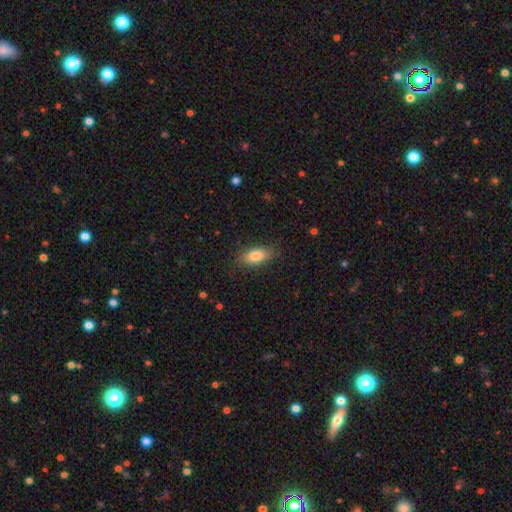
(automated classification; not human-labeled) Smooth or featured: smooth — 81% (featured or disk — 12%)
How rounded: in between — 84% (cigar-shaped — 13%)
Merging: none — 83% (minor disturbance — 13%)